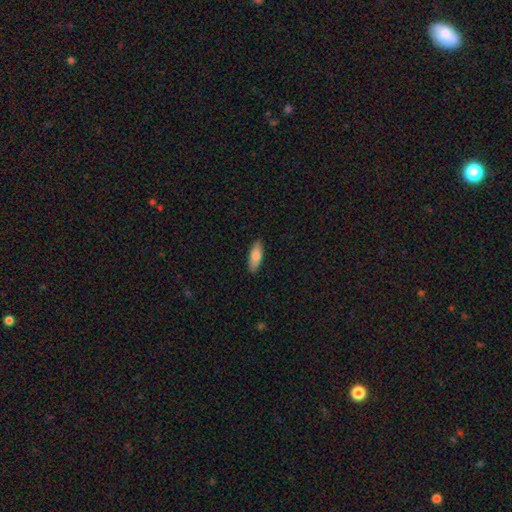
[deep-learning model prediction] Smooth or featured? smooth (79%)
How rounded? in between (66%)
Merging? none (88%)